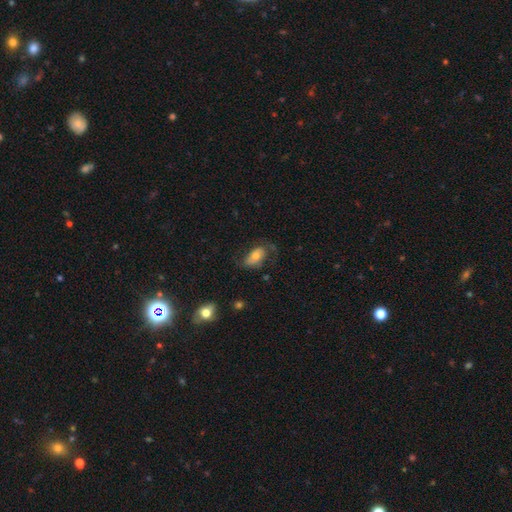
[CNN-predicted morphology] Smooth or featured? Predicted: smooth (p=0.52). How rounded? Predicted: in between (p=0.88). Merging? Predicted: none (p=0.52).